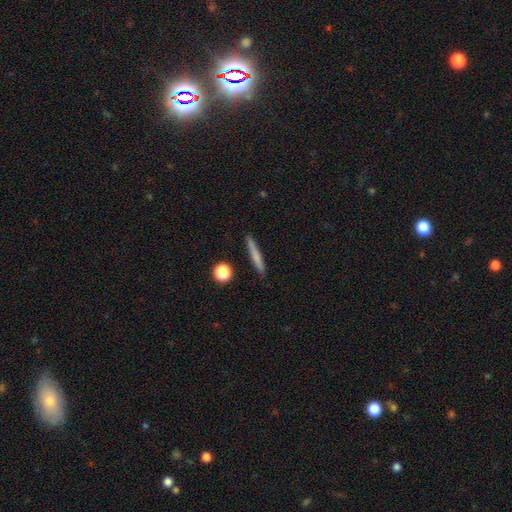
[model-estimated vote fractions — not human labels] smooth 69%, featured or disk 24%, star or artifact 7%. Down the decision tree: how rounded — cigar-shaped (94%); merging — none (89%).